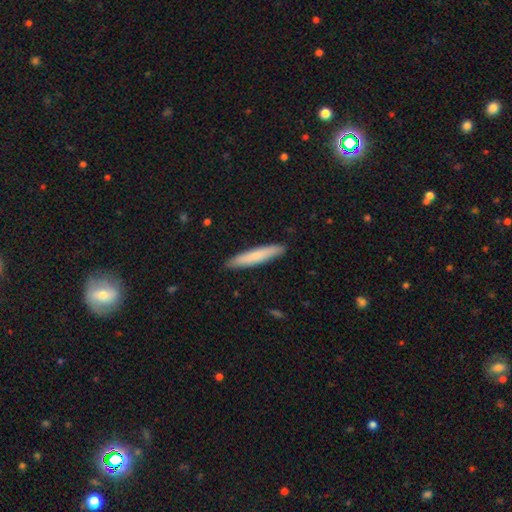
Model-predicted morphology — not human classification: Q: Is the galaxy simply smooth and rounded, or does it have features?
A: smooth — 76%.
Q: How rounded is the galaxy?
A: cigar-shaped — 93%.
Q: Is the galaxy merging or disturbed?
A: none — 90%.